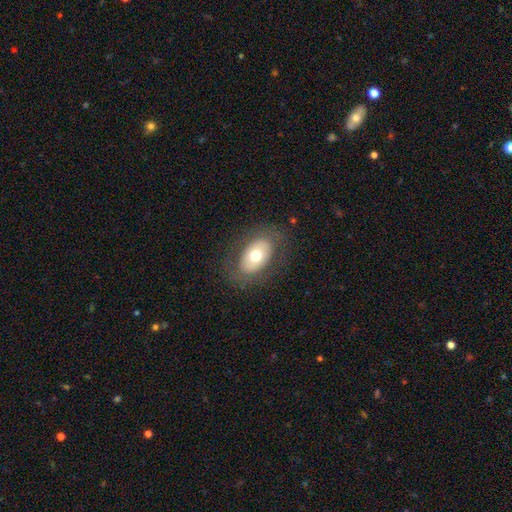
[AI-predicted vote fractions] smooth_or_featured: smooth (p=0.62) [alt: featured or disk p=0.30]
how_rounded: in between (p=0.87) [alt: round p=0.12]
merging: none (p=0.80) [alt: minor disturbance p=0.12]